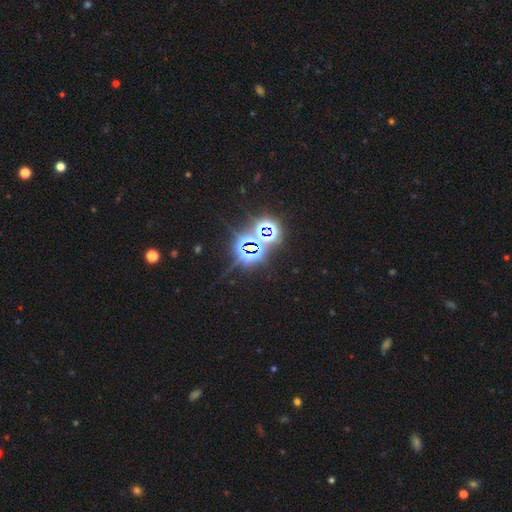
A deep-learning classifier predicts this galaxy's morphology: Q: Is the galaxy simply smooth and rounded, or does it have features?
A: star or artifact — 77%.